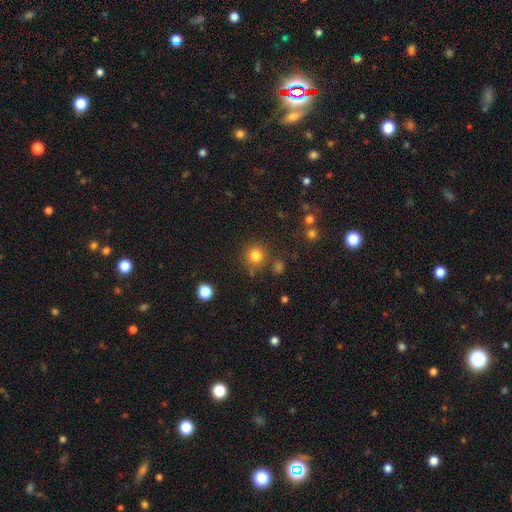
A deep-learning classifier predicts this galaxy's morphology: Overall: smooth (81%). How rounded: round (93%). Merging: none (80%).